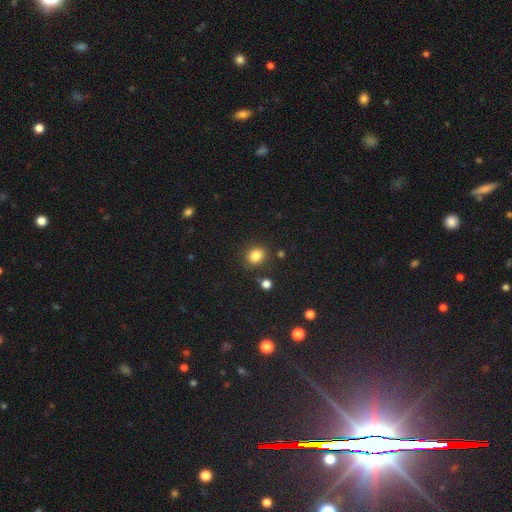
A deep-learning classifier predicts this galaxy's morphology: smooth_or_featured: smooth (p=0.83) [alt: star or artifact p=0.12]
how_rounded: round (p=0.62) [alt: in between p=0.37]
merging: none (p=0.83) [alt: minor disturbance p=0.10]